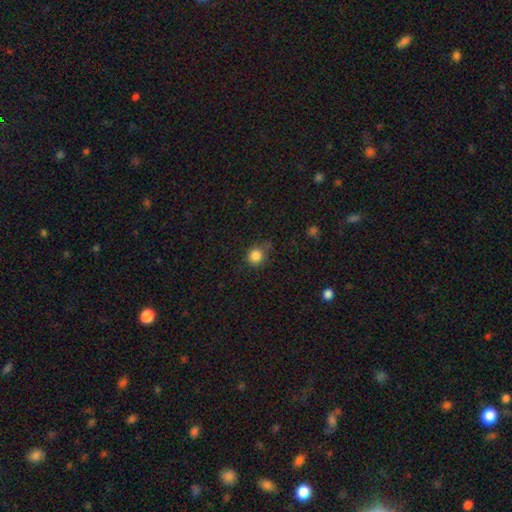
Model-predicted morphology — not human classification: This appears to be a smooth galaxy with no disk features (84%) that is round (84%). Merging: none (63%).